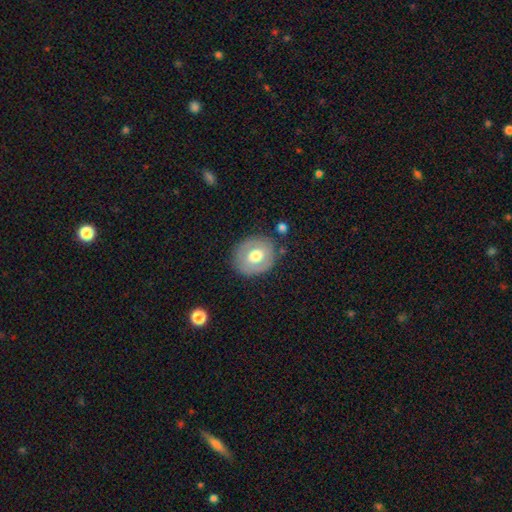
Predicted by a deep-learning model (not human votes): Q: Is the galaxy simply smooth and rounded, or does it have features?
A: smooth — 56%.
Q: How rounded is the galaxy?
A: round — 71%.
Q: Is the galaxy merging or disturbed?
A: none — 80%.